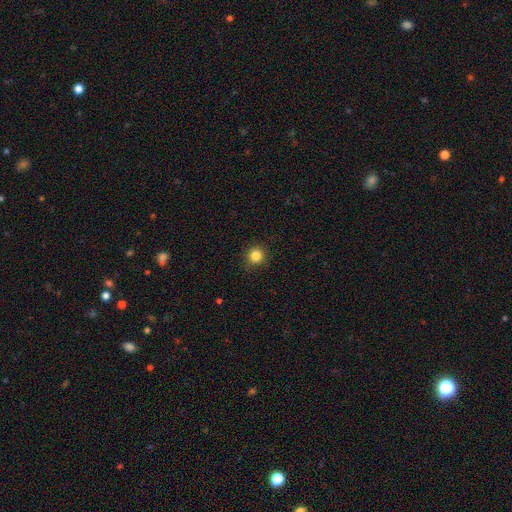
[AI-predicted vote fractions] A smooth galaxy with no disk features (84%) that is round (93%).

Vote fractions:
- Smooth or featured? smooth: 84% / star or artifact: 12% / featured or disk: 4%
- How rounded? round: 93% / in between: 7% / cigar-shaped: 1%
- Merging? none: 91% / minor disturbance: 6% / major disturbance: 2% / merger: 1%